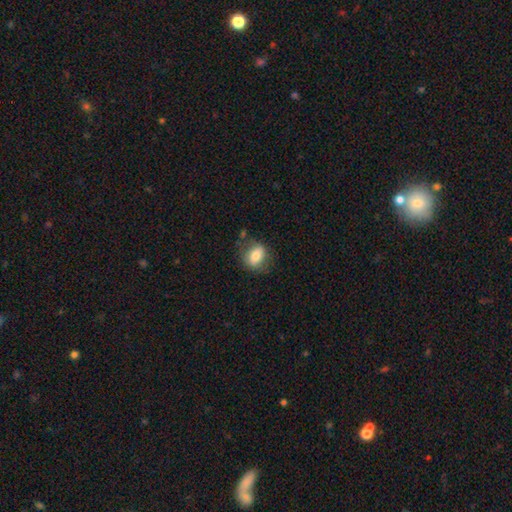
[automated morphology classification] A smooth galaxy with no disk features (75%) that is in between round and cigar-shaped (66%). Merging: none (69%).